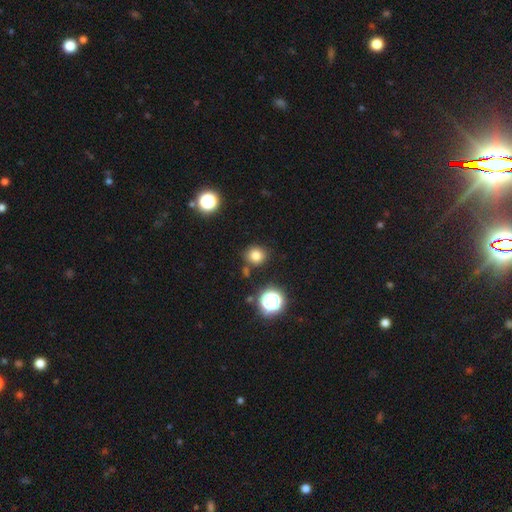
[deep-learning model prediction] smooth 79%, star or artifact 15%, featured or disk 6%. Down the decision tree: how rounded — round (80%); merging — none (83%).